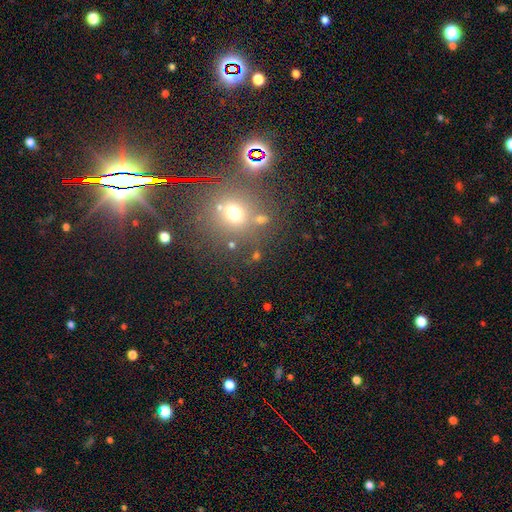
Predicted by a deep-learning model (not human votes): smooth 44%, star or artifact 43%, featured or disk 12%. Down the decision tree: merging — none (71%).